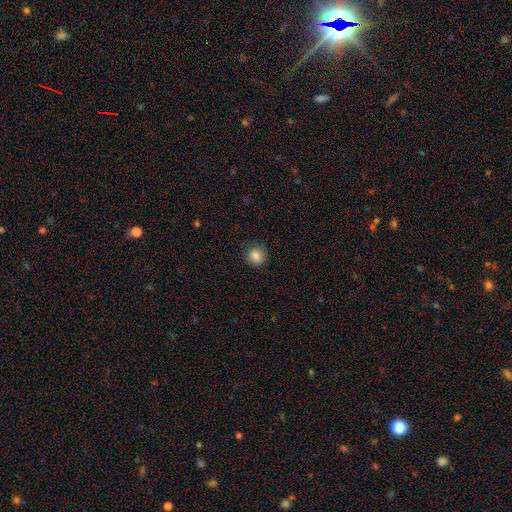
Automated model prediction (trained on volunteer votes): Morphology: type=smooth (85%); roundness=round (90%); merging=none (89%).